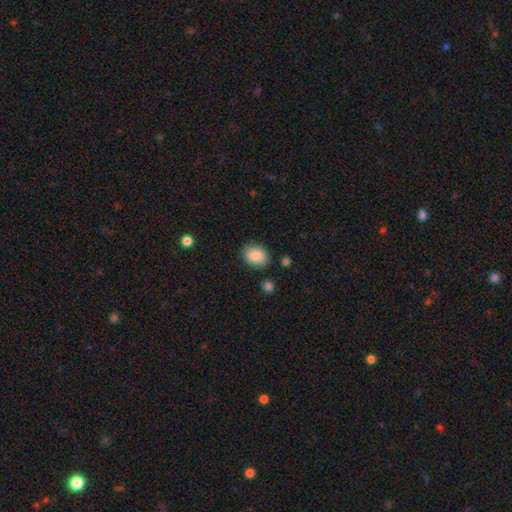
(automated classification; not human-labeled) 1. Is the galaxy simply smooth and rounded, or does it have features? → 84% smooth, 8% star or artifact, 8% featured or disk.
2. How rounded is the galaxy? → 50% round, 49% in between, 1% cigar-shaped.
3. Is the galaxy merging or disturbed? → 83% none, 11% minor disturbance, 3% major disturbance, 2% merger.